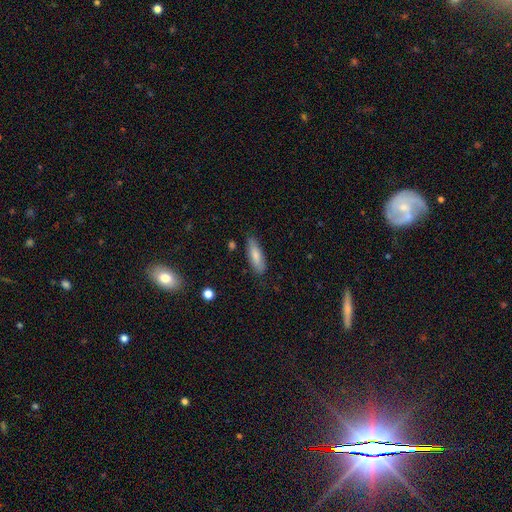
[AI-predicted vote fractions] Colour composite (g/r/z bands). It shows a smooth galaxy with no disk features (82%) that is in between round and cigar-shaped (57%). Merging: none (82%).